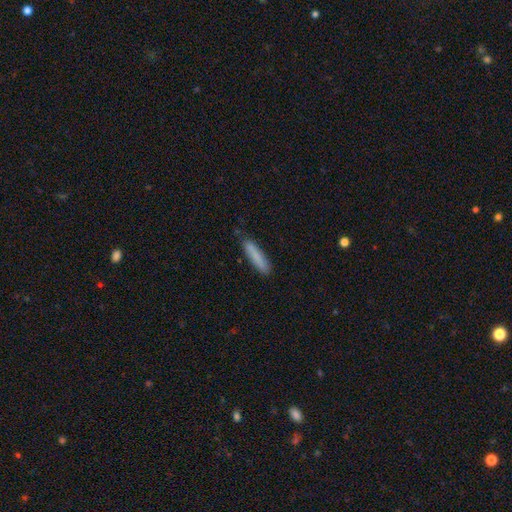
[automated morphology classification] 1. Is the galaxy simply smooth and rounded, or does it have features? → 83% smooth, 11% featured or disk, 6% star or artifact.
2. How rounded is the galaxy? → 86% cigar-shaped, 13% in between, 1% round.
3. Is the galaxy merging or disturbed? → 83% none, 13% minor disturbance, 2% major disturbance, 2% merger.